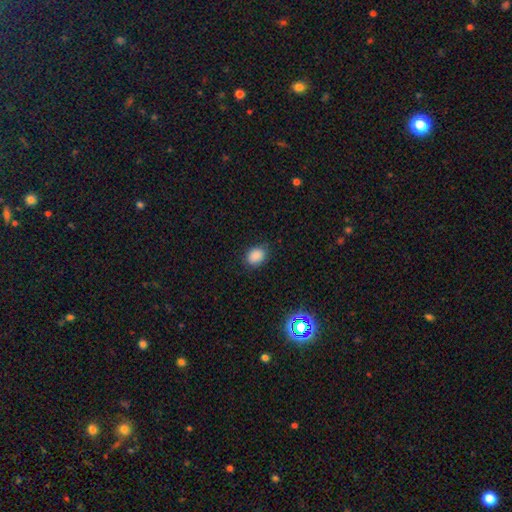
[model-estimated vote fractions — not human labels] This appears to be a smooth galaxy with no disk features (86%) that is in between round and cigar-shaped (61%). Merging: none (83%).